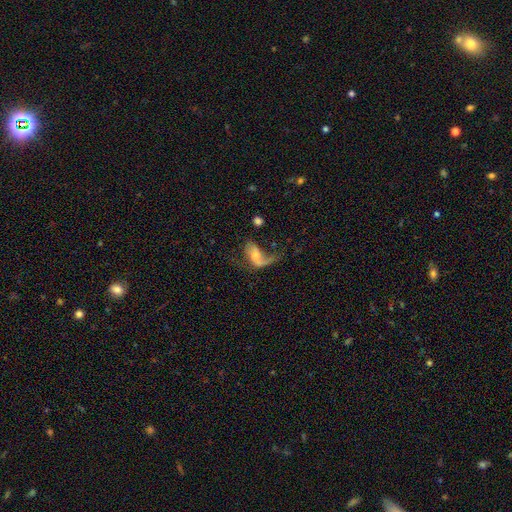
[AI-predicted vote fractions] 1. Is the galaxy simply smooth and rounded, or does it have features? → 59% featured or disk, 33% smooth, 8% star or artifact.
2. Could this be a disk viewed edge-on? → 94% no, 6% yes.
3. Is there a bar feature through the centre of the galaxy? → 57% no, 31% weak, 12% strong.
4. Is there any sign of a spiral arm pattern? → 73% yes, 27% no.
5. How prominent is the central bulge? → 46% moderate, 38% small, 8% none, 6% large, 2% dominant.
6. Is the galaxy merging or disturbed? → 50% major disturbance, 24% none, 18% minor disturbance, 8% merger.